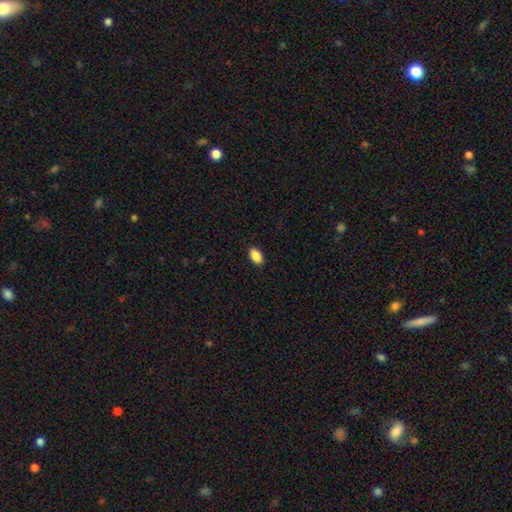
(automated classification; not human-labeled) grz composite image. It shows a smooth galaxy with no disk features (89%) that is in between round and cigar-shaped (92%). Merging: none (90%).